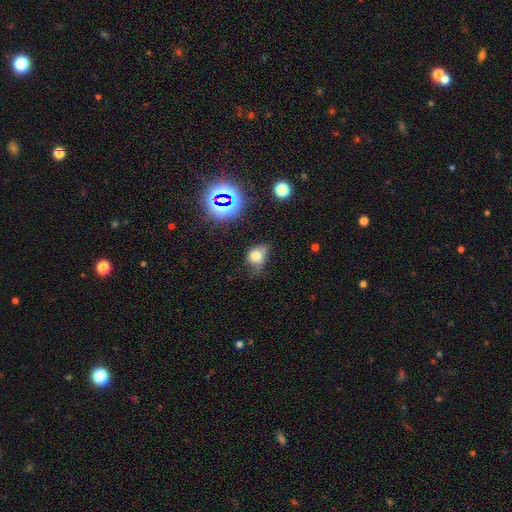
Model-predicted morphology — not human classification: smooth-or-featured: smooth: 70% | star or artifact: 16% | featured or disk: 13%
  how-rounded: in between: 55% | round: 44% | cigar-shaped: 1%
  merging: none: 43% | minor disturbance: 38% | major disturbance: 15% | merger: 4%